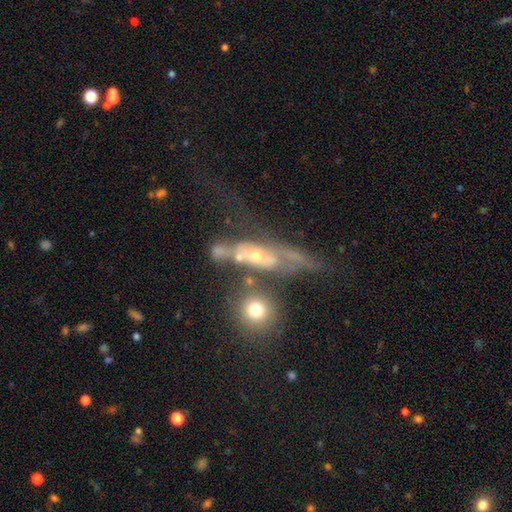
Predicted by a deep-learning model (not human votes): This is likely a featured or disk galaxy (62%). It is likely not viewed edge-on (67%). Merging: marginally merger (30%).